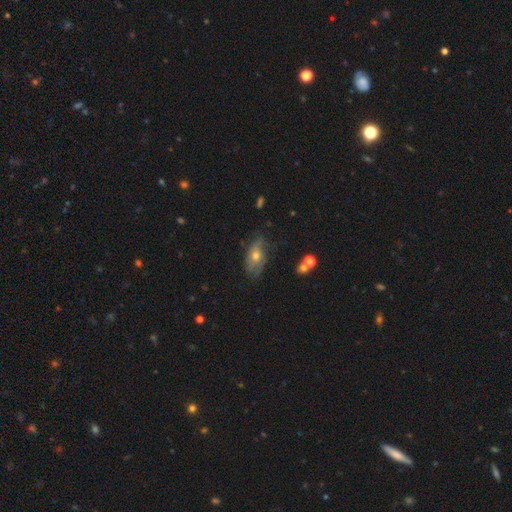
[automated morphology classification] A featured or disk galaxy (47%).

Vote fractions:
- Smooth or featured? featured or disk: 47% / smooth: 42% / star or artifact: 11%
- Merging? none: 56% / minor disturbance: 30% / major disturbance: 11% / merger: 3%